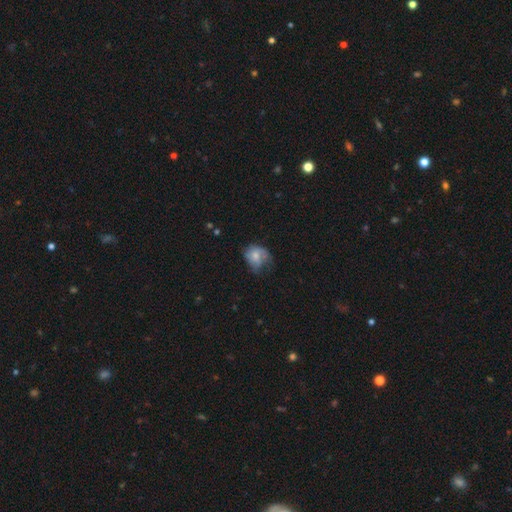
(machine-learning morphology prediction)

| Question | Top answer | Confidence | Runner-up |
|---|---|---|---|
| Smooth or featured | smooth | 61% | featured or disk (30%) |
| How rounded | round | 51% | in between (48%) |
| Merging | minor disturbance | 34% | tied: none (34%) |